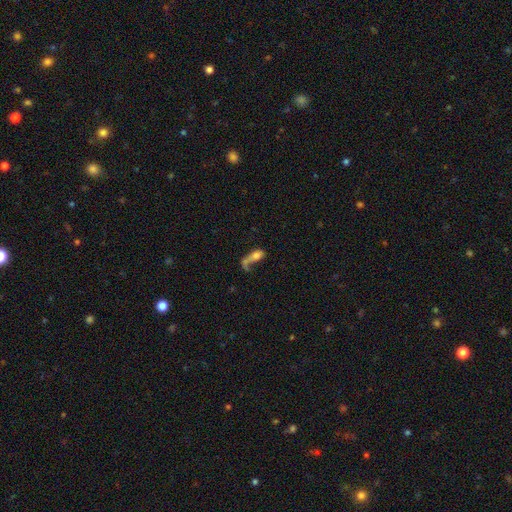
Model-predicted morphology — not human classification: Smooth or featured? smooth (57%)
How rounded? in between (71%)
Merging? major disturbance (39%)